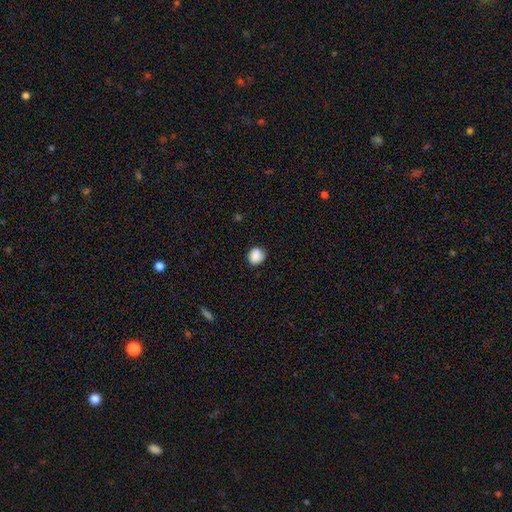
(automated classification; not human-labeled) Morphology: type=smooth (87%); roundness=round (81%); merging=none (81%).